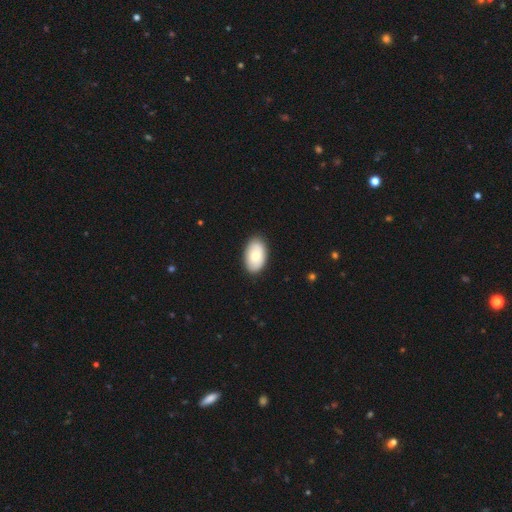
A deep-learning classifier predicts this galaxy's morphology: smooth-or-featured: smooth: 74% | featured or disk: 21% | star or artifact: 6%
  how-rounded: in between: 93% | round: 6% | cigar-shaped: 1%
  merging: none: 87% | minor disturbance: 10% | major disturbance: 2% | merger: 1%